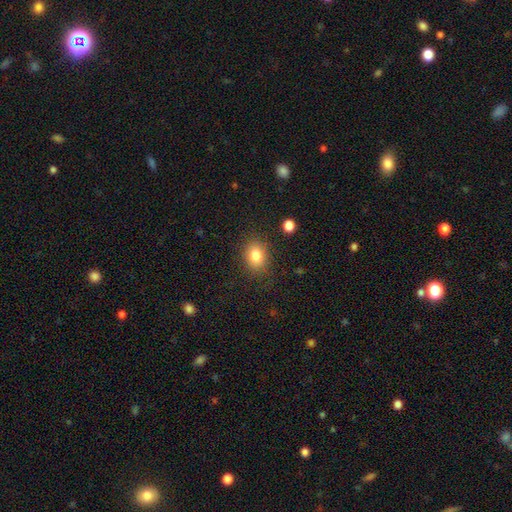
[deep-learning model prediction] Overall: smooth (83%). How rounded: in between (58%; round 41%). Merging: none (84%).